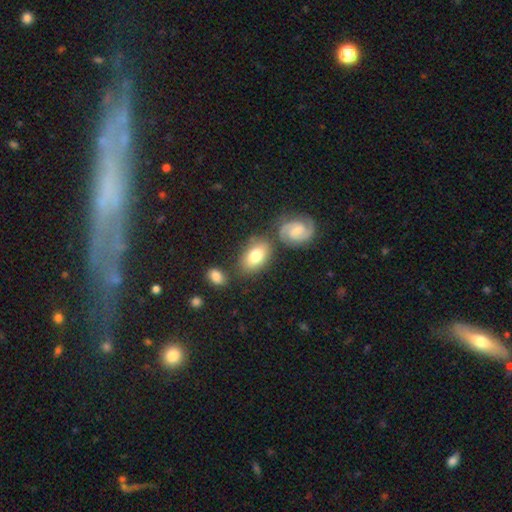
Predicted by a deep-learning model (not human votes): Smooth or featured: smooth — 71% (featured or disk — 22%)
How rounded: in between — 87% (round — 11%)
Merging: none — 66% (minor disturbance — 16%)